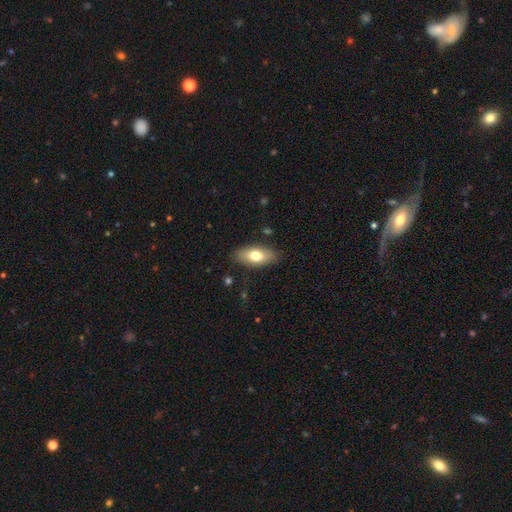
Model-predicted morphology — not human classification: type=smooth (72%); roundness=in between (85%); merging=none (85%).